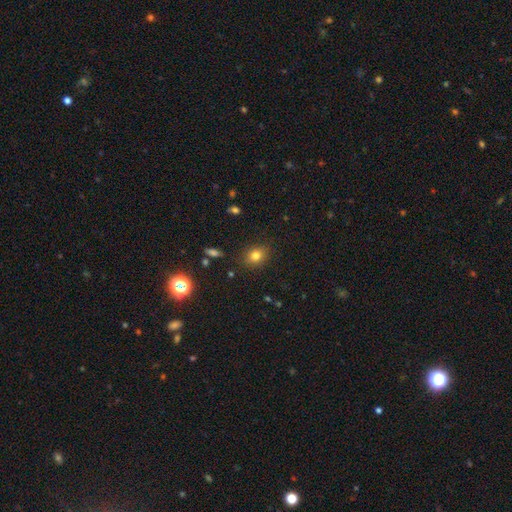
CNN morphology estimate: smooth_or_featured: smooth (p=0.77) [alt: star or artifact p=0.14]
how_rounded: round (p=0.51) [alt: in between p=0.48]
merging: none (p=0.84) [alt: minor disturbance p=0.11]